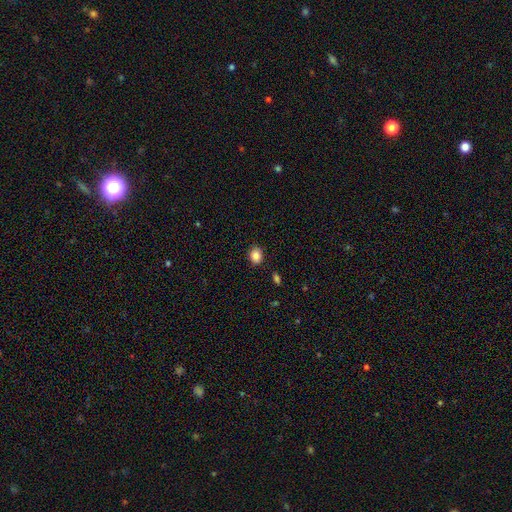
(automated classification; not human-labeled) Smooth or featured? smooth (86%)
How rounded? in between (51%)
Merging? none (88%)